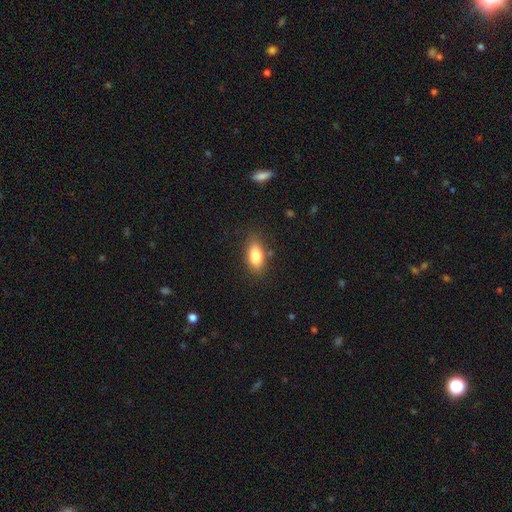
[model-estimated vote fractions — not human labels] smooth_or_featured: smooth (p=0.83) [alt: featured or disk p=0.09]
how_rounded: in between (p=0.86) [alt: cigar-shaped p=0.09]
merging: none (p=0.81) [alt: minor disturbance p=0.14]